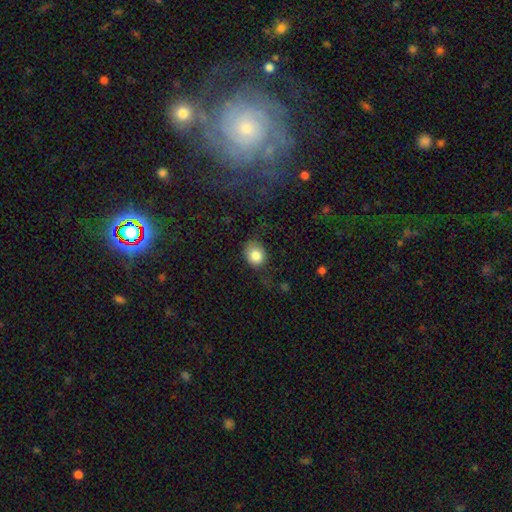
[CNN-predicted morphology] Smooth or featured? smooth (83%)
How rounded? round (65%)
Merging? none (67%)